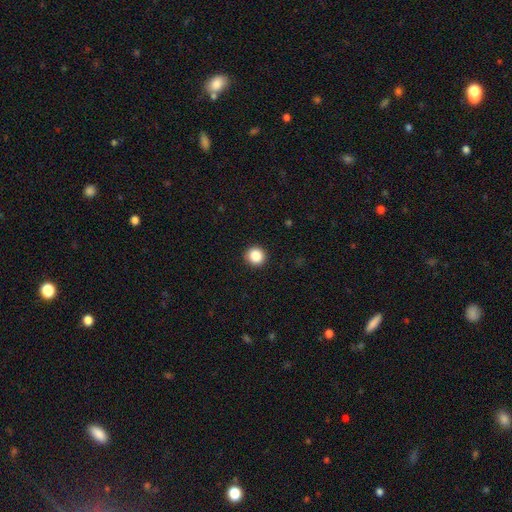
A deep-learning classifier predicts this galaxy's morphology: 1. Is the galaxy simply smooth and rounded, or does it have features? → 87% smooth, 10% star or artifact, 4% featured or disk.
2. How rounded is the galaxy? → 94% round, 5% in between, 1% cigar-shaped.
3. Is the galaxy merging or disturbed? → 93% none, 4% minor disturbance, 2% major disturbance, 1% merger.